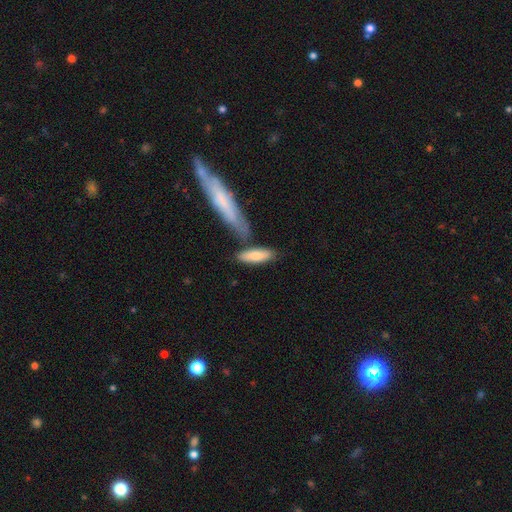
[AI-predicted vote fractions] A smooth galaxy with no disk features (76%) that is cigar-shaped (51%). Merging: none (60%).